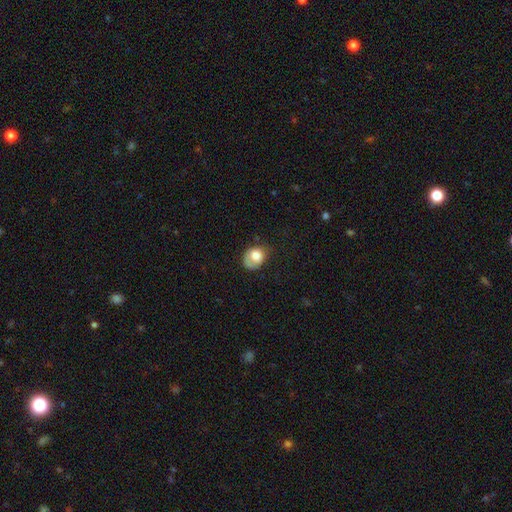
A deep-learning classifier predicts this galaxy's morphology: Smooth or featured? smooth (74%)
How rounded? round (51%)
Merging? none (43%)